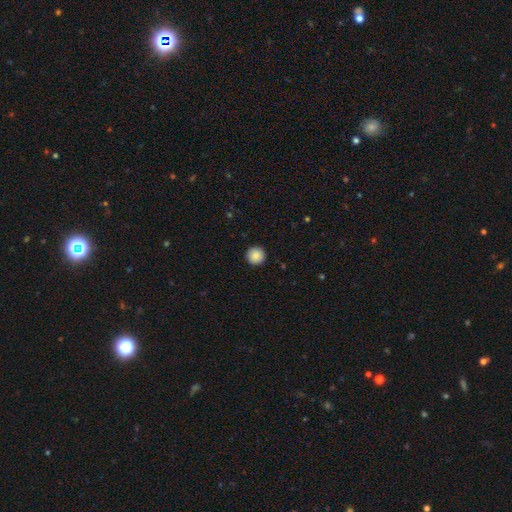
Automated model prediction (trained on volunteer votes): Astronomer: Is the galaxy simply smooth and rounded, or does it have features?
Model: smooth — 88%.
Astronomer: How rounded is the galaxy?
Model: round — 96%.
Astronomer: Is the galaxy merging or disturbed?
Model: none — 93%.